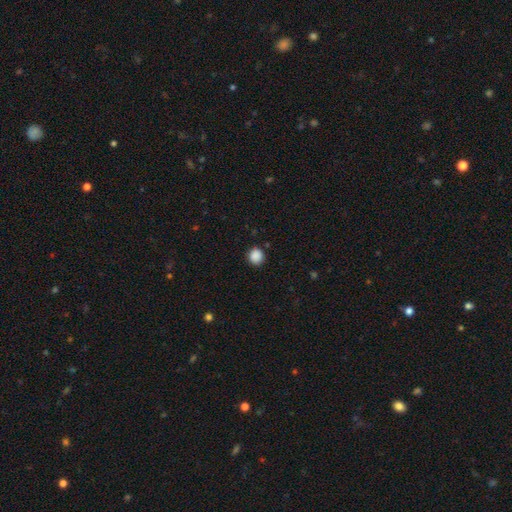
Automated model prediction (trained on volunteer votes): A smooth galaxy with no disk features (88%) that is round (88%).

Vote fractions:
- Smooth or featured? smooth: 88% / star or artifact: 10% / featured or disk: 3%
- How rounded? round: 88% / in between: 11% / cigar-shaped: 1%
- Merging? none: 89% / minor disturbance: 8% / major disturbance: 2% / merger: 1%